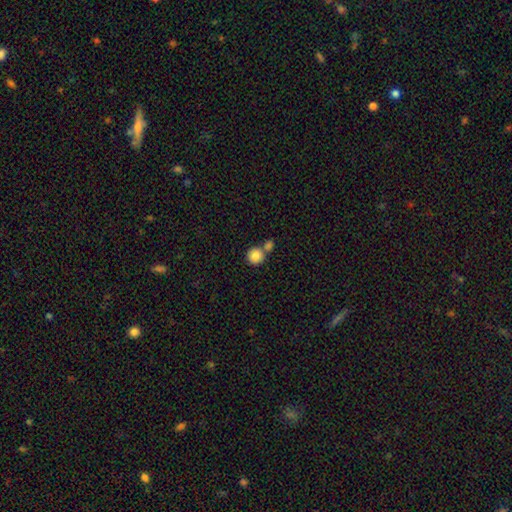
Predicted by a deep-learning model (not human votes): Smooth or featured?
  - smooth: 85% *
  - star or artifact: 9%
  - featured or disk: 6%
How rounded?
  - round: 93% *
  - in between: 6%
  - cigar-shaped: 1%
Merging?
  - none: 54% *
  - merger: 36%
  - minor disturbance: 7%
  - major disturbance: 3%